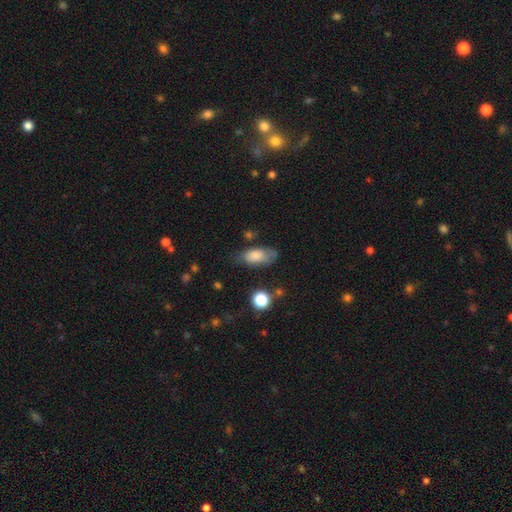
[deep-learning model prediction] smooth_or_featured: smooth (p=0.77) [alt: featured or disk p=0.15]
how_rounded: in between (p=0.89) [alt: cigar-shaped p=0.07]
merging: none (p=0.55) [alt: minor disturbance p=0.30]